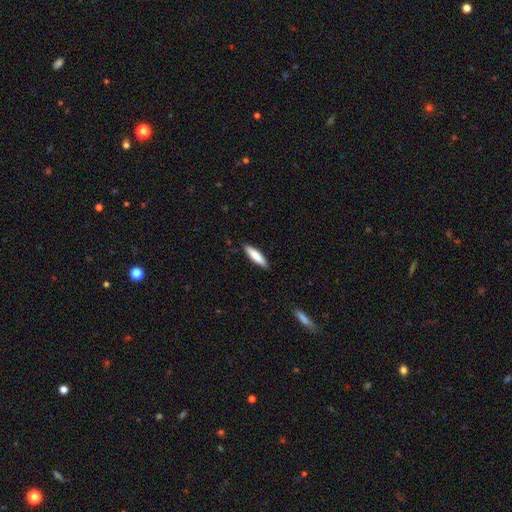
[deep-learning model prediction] Morphology: type=smooth (81%); roundness=cigar-shaped (74%); merging=none (88%).